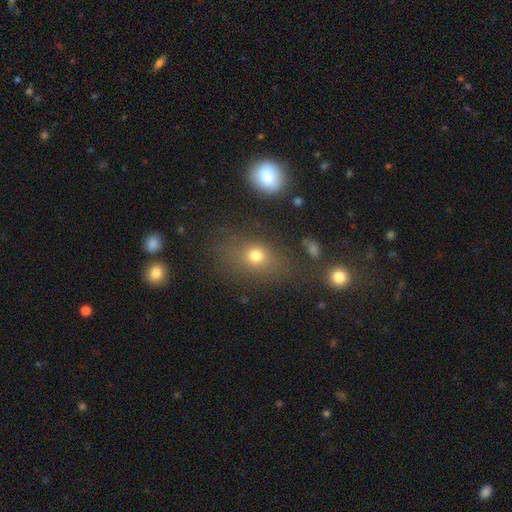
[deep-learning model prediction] Overall: smooth (69%). How rounded: in between (53%; round 43%). Merging: none (69%).